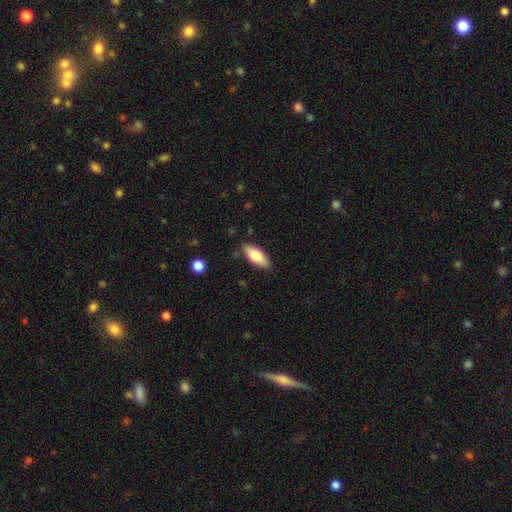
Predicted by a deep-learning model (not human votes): Smooth or featured? Predicted: smooth (p=0.74). How rounded? Predicted: in between (p=0.78). Merging? Predicted: none (p=0.84).